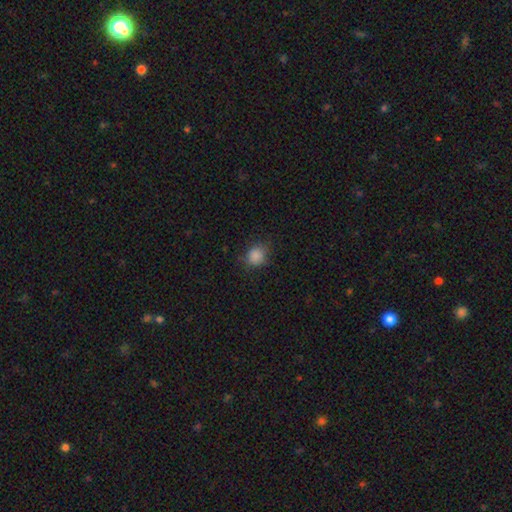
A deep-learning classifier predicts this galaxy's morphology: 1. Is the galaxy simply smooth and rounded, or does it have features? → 86% smooth, 11% star or artifact, 4% featured or disk.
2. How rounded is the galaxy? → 77% round, 22% in between, 1% cigar-shaped.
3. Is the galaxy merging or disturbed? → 78% none, 17% minor disturbance, 5% major disturbance, 1% merger.